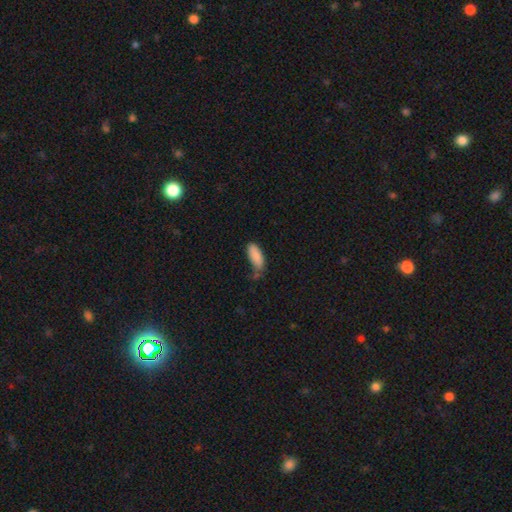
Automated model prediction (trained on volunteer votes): This appears to be a smooth galaxy with no disk features (88%) that is in between round and cigar-shaped (77%). Merging: none (50%).